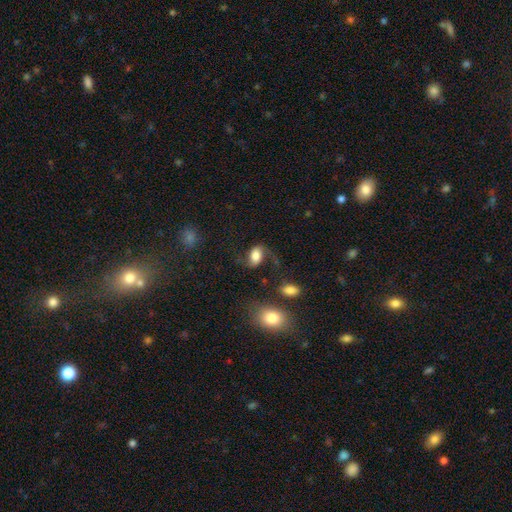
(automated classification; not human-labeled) Smooth or featured: smooth — 52% (featured or disk — 39%)
How rounded: in between — 85% (round — 12%)
Merging: none — 57% (minor disturbance — 21%)